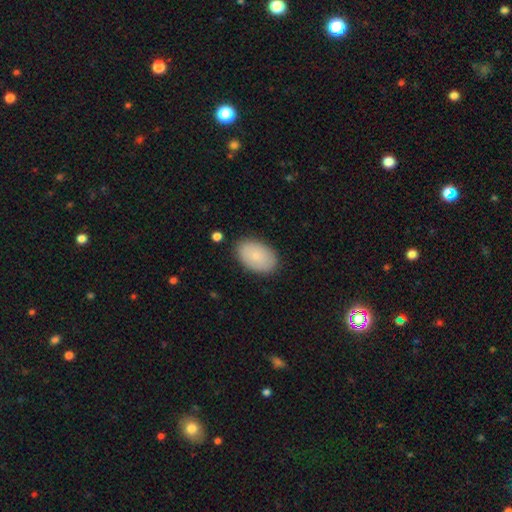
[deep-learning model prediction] smooth-or-featured: smooth: 83% | featured or disk: 10% | star or artifact: 6%
  how-rounded: in between: 90% | round: 9% | cigar-shaped: 1%
  merging: none: 86% | minor disturbance: 10% | major disturbance: 2% | merger: 1%